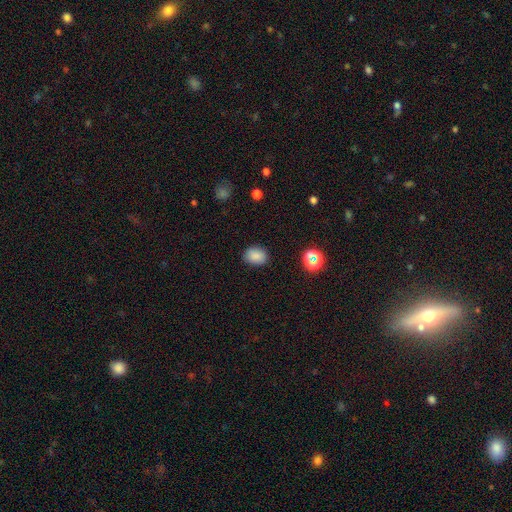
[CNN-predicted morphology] A smooth galaxy with no disk features (85%) that is in between round and cigar-shaped (63%). Merging: none (86%).